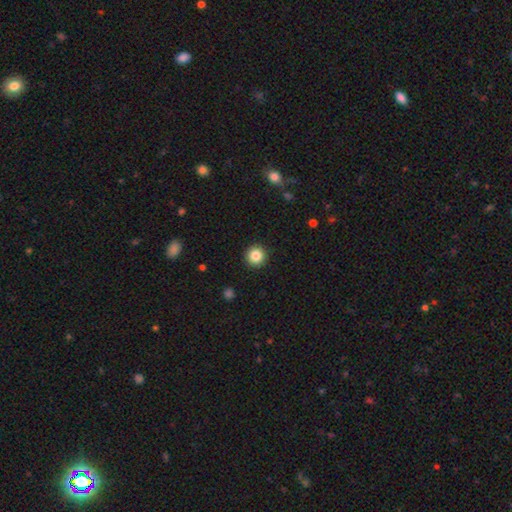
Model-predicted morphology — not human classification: A smooth galaxy with no disk features (85%) that is round (95%).

Vote fractions:
- Smooth or featured? smooth: 85% / star or artifact: 10% / featured or disk: 5%
- How rounded? round: 95% / in between: 4% / cigar-shaped: 1%
- Merging? none: 93% / minor disturbance: 5% / major disturbance: 2% / merger: 1%